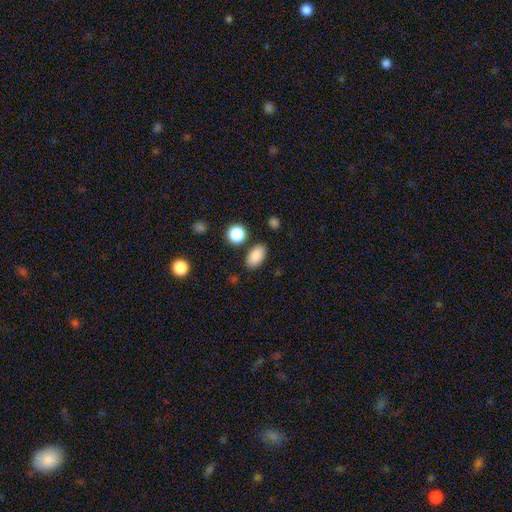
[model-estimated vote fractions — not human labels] Smooth or featured? smooth (86%)
How rounded? in between (91%)
Merging? none (84%)